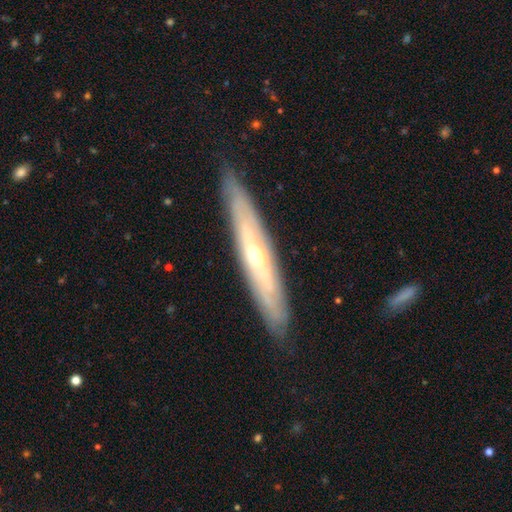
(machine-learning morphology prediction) Smooth or featured?
  - featured or disk: 72% *
  - smooth: 22%
  - star or artifact: 6%
Edge-on disk?
  - yes: 68% *
  - no: 32%
Merging?
  - none: 86% *
  - minor disturbance: 10%
  - major disturbance: 2%
  - merger: 1%